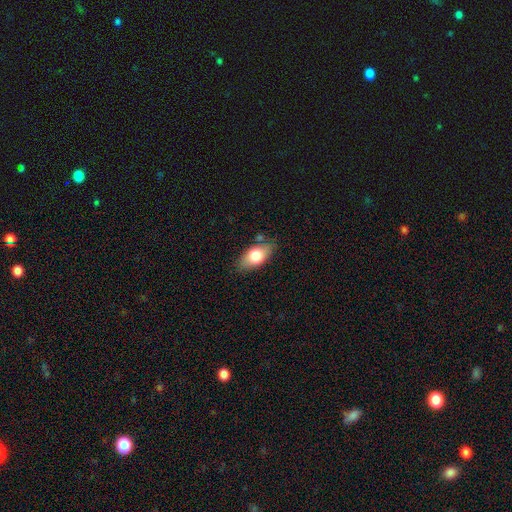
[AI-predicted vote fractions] The model was most divided on "smooth or featured": smooth: 74%, featured or disk: 19%, star or artifact: 7%. More confident: how rounded — in between (88%); merging — none (78%).